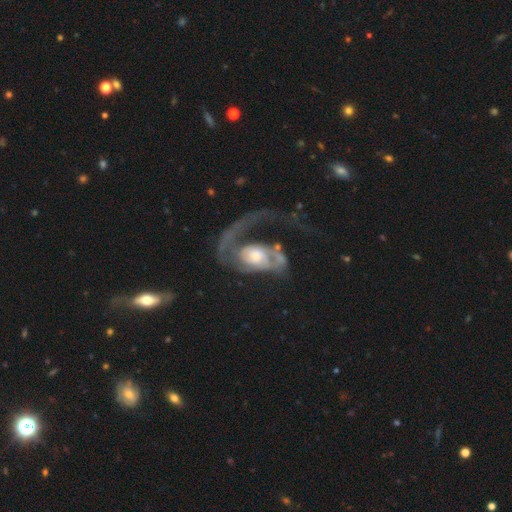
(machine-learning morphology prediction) featured or disk 81%, smooth 14%, star or artifact 6%. Down the decision tree: edge-on disk — no (96%); bar — no (68%); spiral arms — yes (88%); spiral arm count — 1 (65%); spiral winding — loose (45%); bulge size — moderate (50%); merging — major disturbance (60%).